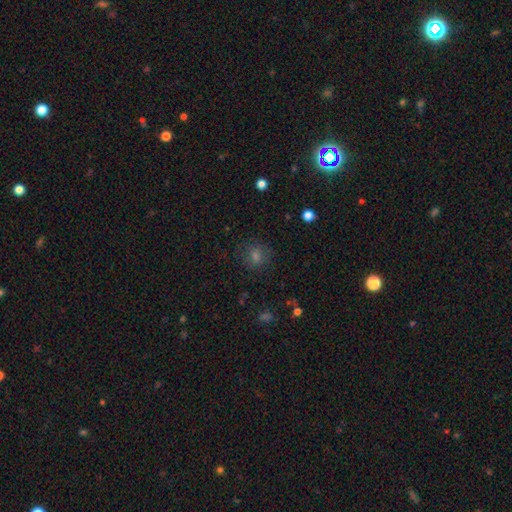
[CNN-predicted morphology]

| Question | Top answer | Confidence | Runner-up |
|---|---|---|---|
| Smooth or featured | smooth | 60% | star or artifact (30%) |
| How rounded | round | 85% | in between (14%) |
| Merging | none | 84% | minor disturbance (10%) |